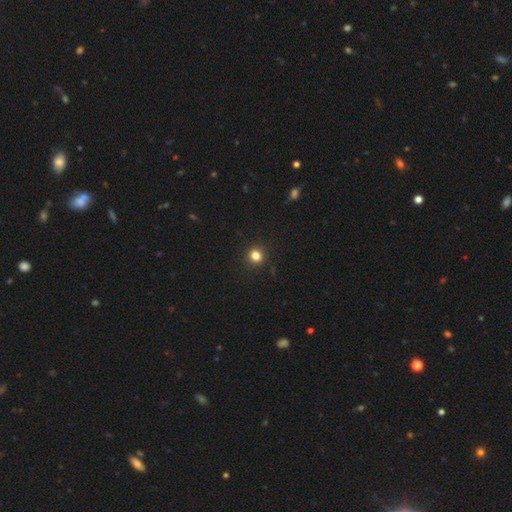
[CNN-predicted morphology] type=smooth (82%); roundness=round (92%); merging=none (92%).